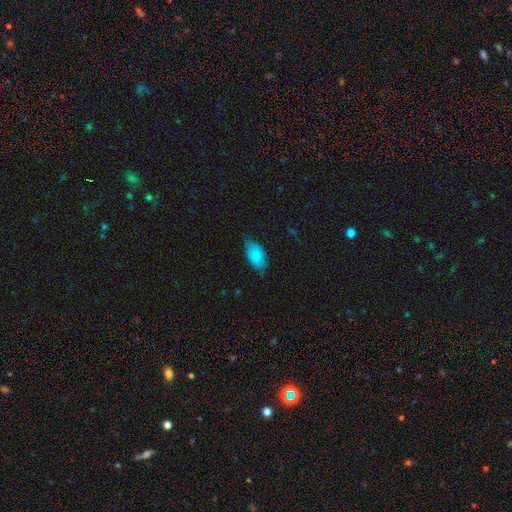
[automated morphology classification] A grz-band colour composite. It shows a smooth galaxy with no disk features (85%) that is in between round and cigar-shaped (93%). Merging: none (63%).